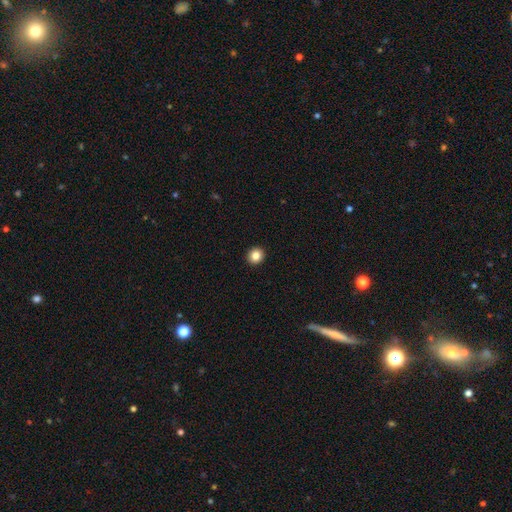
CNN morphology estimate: smooth_or_featured: smooth (p=0.84) [alt: star or artifact p=0.10]
how_rounded: round (p=0.89) [alt: in between p=0.10]
merging: none (p=0.94) [alt: minor disturbance p=0.04]